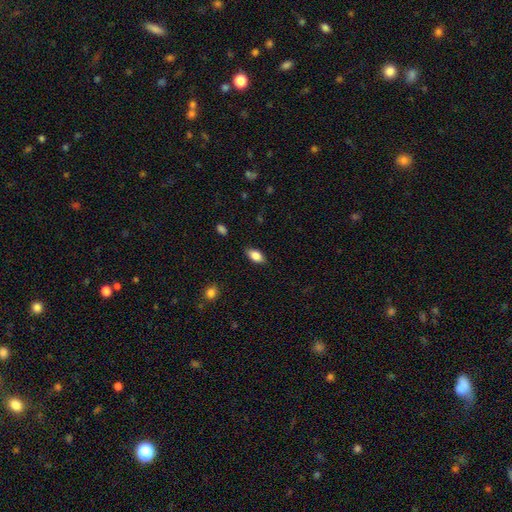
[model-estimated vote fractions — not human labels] Smooth or featured: smooth — 82% (featured or disk — 11%)
How rounded: in between — 89% (cigar-shaped — 6%)
Merging: none — 85% (minor disturbance — 12%)